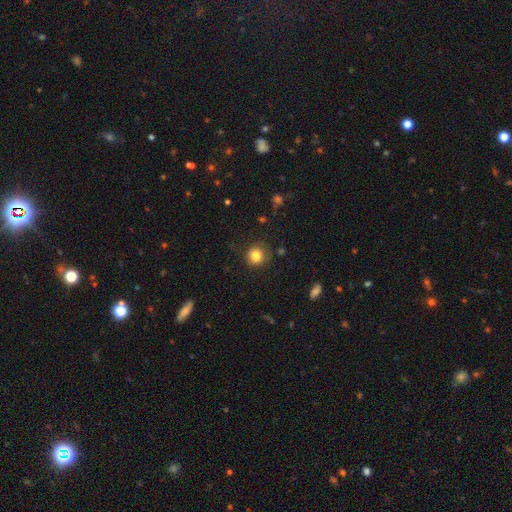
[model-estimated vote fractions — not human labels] A smooth galaxy with no disk features (83%) that is round (88%). Merging: none (82%).